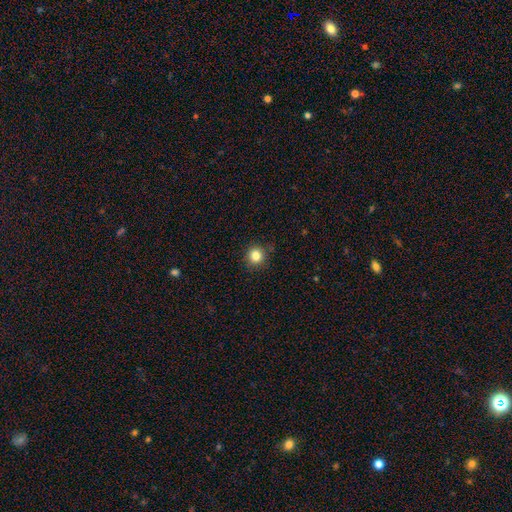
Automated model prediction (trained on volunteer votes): A smooth galaxy with no disk features (84%) that is round (93%).

Vote fractions:
- Smooth or featured? smooth: 84% / star or artifact: 12% / featured or disk: 5%
- How rounded? round: 93% / in between: 6% / cigar-shaped: 1%
- Merging? none: 89% / minor disturbance: 8% / major disturbance: 2% / merger: 1%